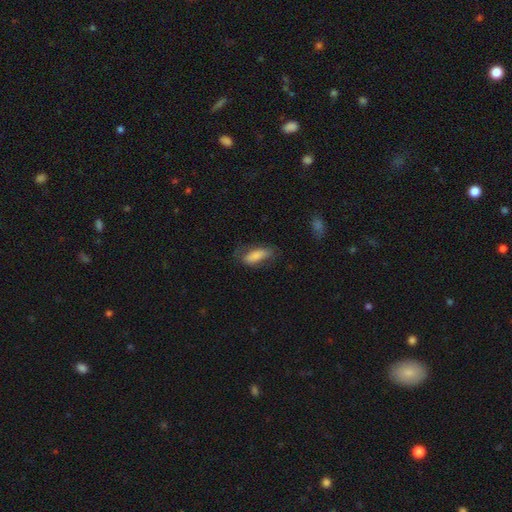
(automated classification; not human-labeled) smooth-or-featured: smooth: 77% | featured or disk: 16% | star or artifact: 7%
  how-rounded: in between: 67% | cigar-shaped: 31% | round: 2%
  merging: none: 57% | minor disturbance: 26% | major disturbance: 14% | merger: 2%